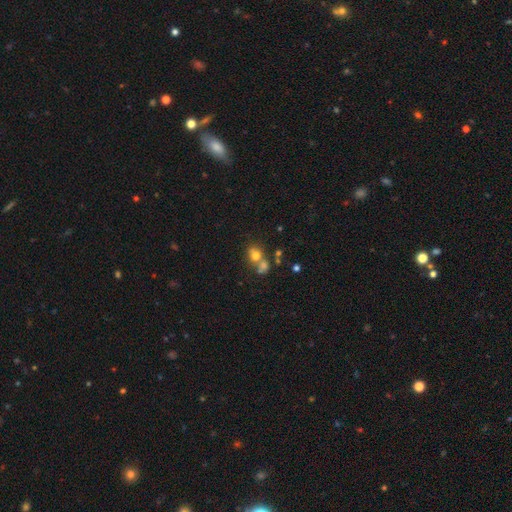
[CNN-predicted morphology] Smooth or featured? Predicted: smooth (p=0.70). How rounded? Predicted: round (p=0.70). Merging? Predicted: merger (p=0.46).